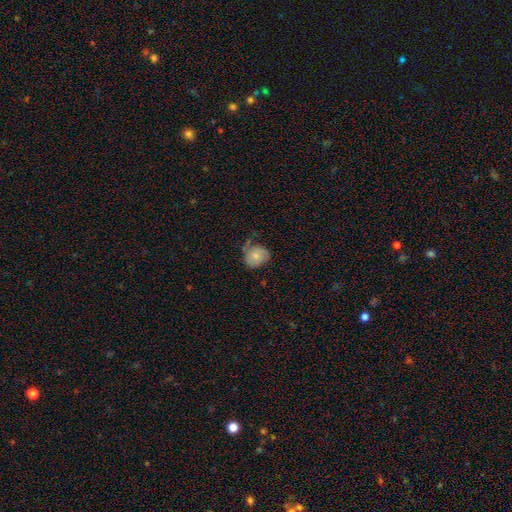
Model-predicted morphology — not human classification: smooth_or_featured: smooth (p=0.73) [alt: featured or disk p=0.19]
how_rounded: round (p=0.70) [alt: in between p=0.29]
merging: none (p=0.48) [alt: minor disturbance p=0.33]